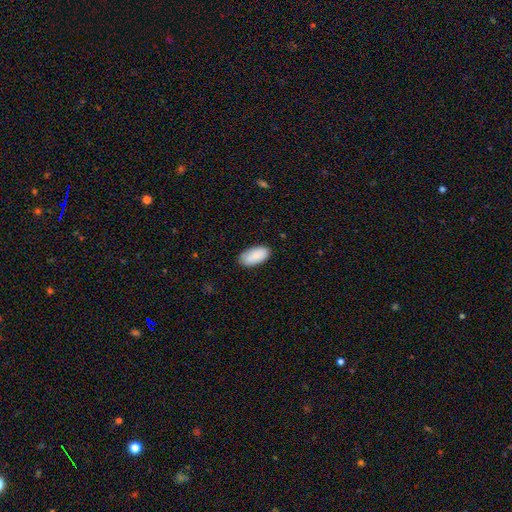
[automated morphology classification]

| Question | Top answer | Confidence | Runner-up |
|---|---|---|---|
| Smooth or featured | smooth | 89% | star or artifact (6%) |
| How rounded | in between | 94% | cigar-shaped (4%) |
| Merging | none | 85% | minor disturbance (12%) |